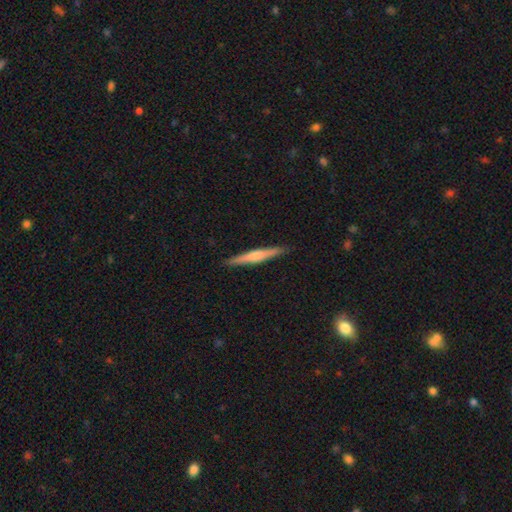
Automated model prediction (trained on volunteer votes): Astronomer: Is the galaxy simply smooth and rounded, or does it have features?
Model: featured or disk — 53% (runner-up: smooth, 41%).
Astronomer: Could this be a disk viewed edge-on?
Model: yes — 98%.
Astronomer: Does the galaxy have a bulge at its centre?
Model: rounded — 59%.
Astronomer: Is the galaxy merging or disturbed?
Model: none — 91%.